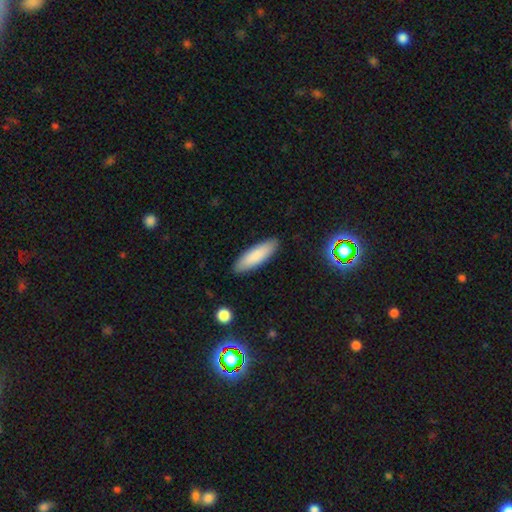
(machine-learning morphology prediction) Smooth or featured: smooth — 85% (featured or disk — 9%)
How rounded: cigar-shaped — 53% (in between — 46%)
Merging: none — 89% (minor disturbance — 8%)